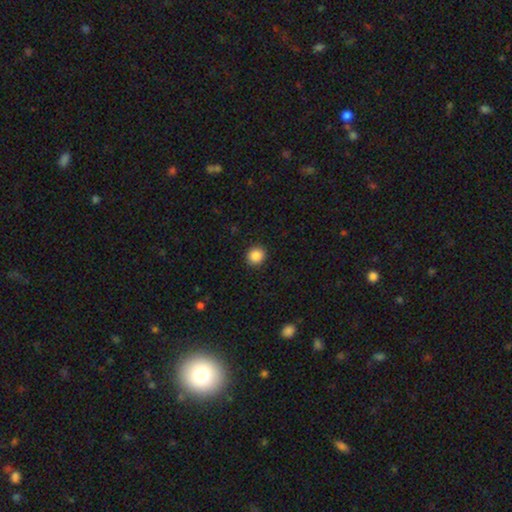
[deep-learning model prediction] This appears to be a smooth galaxy with no disk features (87%) that is round (88%). Merging: none (92%).